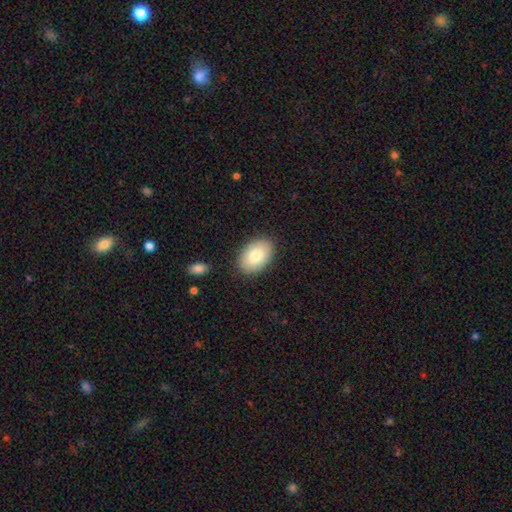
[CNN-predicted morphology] Q: Smooth or featured?
A: smooth (84%); runner-up: featured or disk (10%)
Q: How rounded?
A: in between (89%); runner-up: round (10%)
Q: Merging?
A: none (87%); runner-up: minor disturbance (9%)